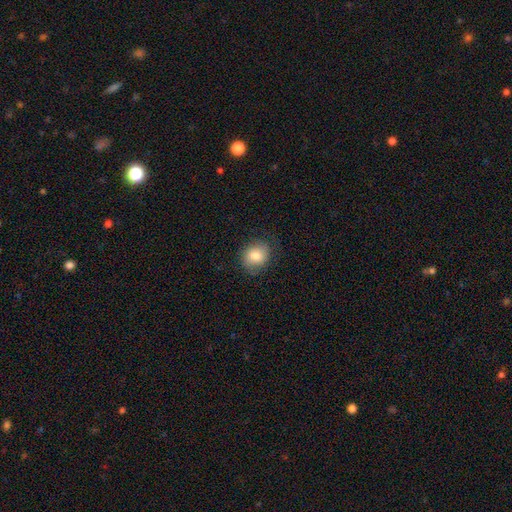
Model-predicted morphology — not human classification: type=smooth (79%); roundness=round (65%); merging=none (79%).